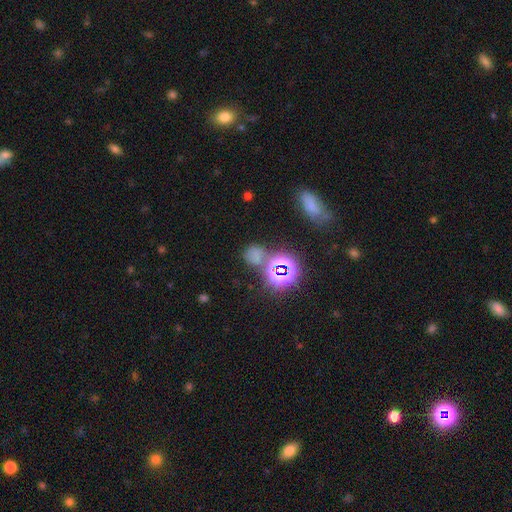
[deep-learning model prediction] smooth-or-featured: star or artifact: 46% | smooth: 45% | featured or disk: 9%